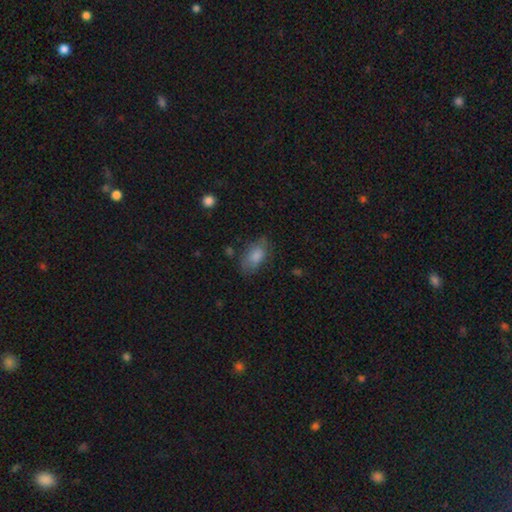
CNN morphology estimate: type=smooth (81%); roundness=in between (91%); merging=none (63%).